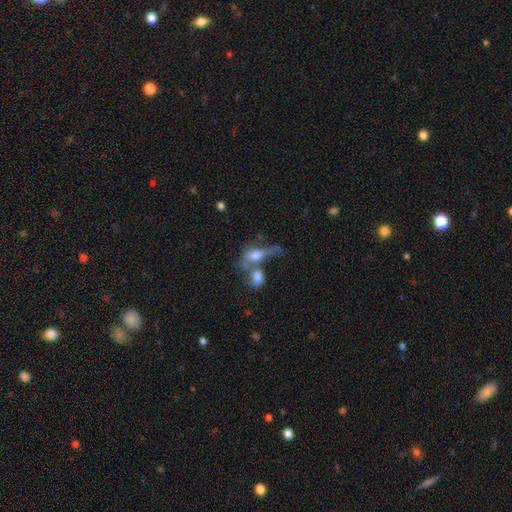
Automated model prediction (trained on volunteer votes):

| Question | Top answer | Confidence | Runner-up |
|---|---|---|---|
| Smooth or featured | smooth | 50% | featured or disk (38%) |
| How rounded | in between | 70% | round (17%) |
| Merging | merger | 62% | none (15%) |